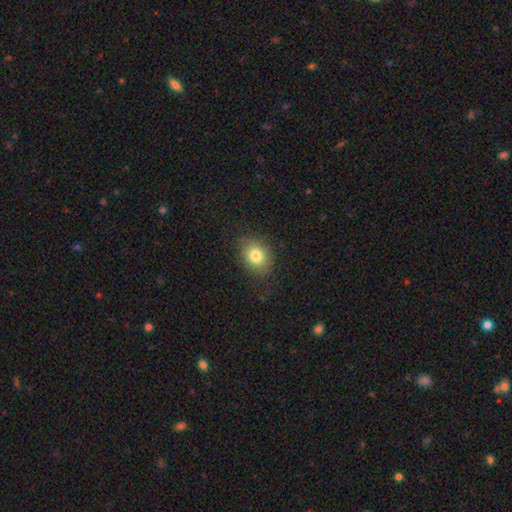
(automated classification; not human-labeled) Smooth or featured? Predicted: smooth (p=0.80). How rounded? Predicted: in between (p=0.56). Merging? Predicted: none (p=0.82).